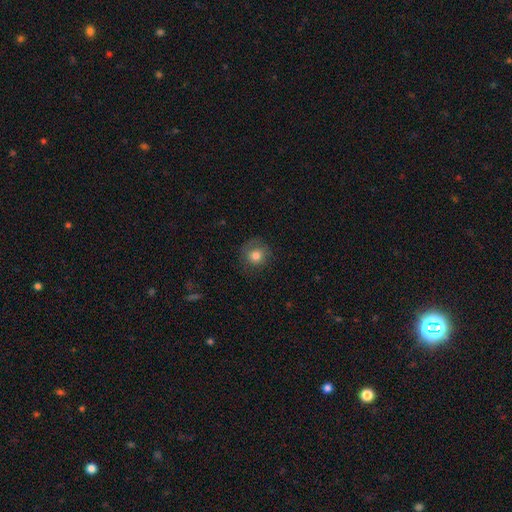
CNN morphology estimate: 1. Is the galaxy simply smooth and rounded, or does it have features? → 78% smooth, 11% featured or disk, 11% star or artifact.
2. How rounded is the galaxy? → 90% round, 10% in between, 1% cigar-shaped.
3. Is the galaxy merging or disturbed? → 78% none, 15% minor disturbance, 6% major disturbance, 1% merger.